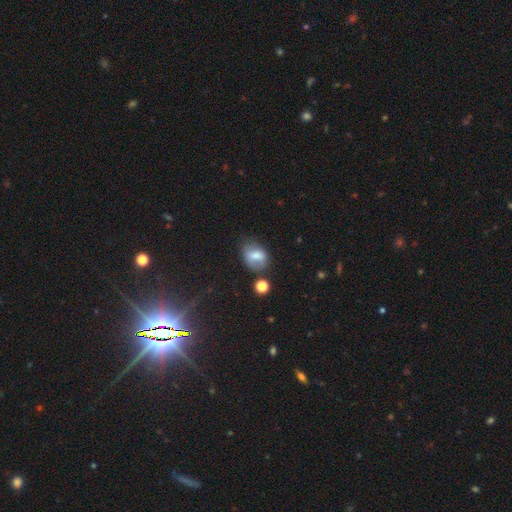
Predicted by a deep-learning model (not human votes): smooth_or_featured: smooth (p=0.72) [alt: featured or disk p=0.18]
how_rounded: in between (p=0.70) [alt: round p=0.29]
merging: none (p=0.53) [alt: minor disturbance p=0.29]